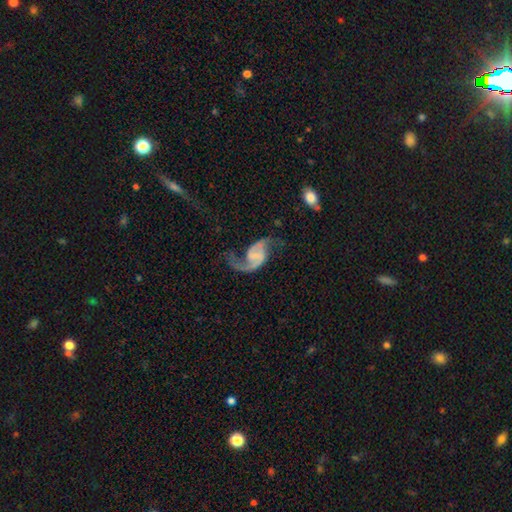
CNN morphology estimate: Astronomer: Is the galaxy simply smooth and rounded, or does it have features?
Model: featured or disk — 89%.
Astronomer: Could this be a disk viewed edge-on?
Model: no — 98%.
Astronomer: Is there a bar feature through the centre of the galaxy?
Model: weak — 42% (runner-up: no, 40%).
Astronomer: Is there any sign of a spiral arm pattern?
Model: yes — 96%.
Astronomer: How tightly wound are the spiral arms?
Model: loose — 66%.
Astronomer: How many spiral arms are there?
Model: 2 — 88%.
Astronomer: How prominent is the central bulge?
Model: none — 59%.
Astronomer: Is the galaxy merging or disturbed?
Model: none — 57%.